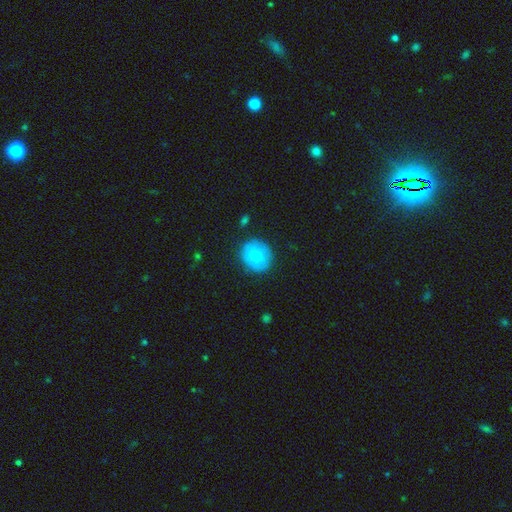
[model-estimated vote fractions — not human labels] Smooth or featured? Predicted: smooth (p=0.74). How rounded? Predicted: round (p=0.83). Merging? Predicted: none (p=0.83).